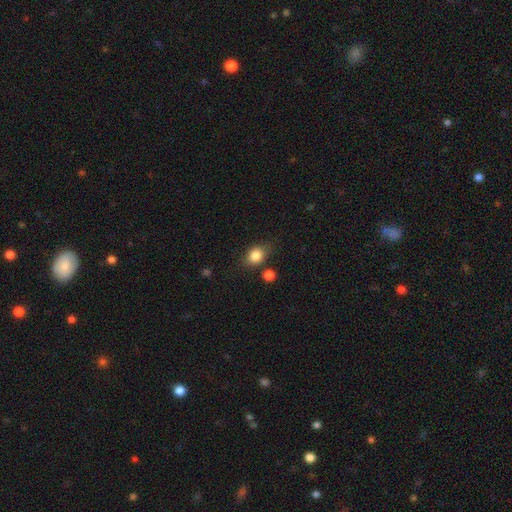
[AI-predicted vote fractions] Smooth or featured?
  - smooth: 84% *
  - star or artifact: 9%
  - featured or disk: 7%
How rounded?
  - in between: 53% *
  - round: 46%
  - cigar-shaped: 1%
Merging?
  - none: 73% *
  - minor disturbance: 16%
  - merger: 6%
  - major disturbance: 4%